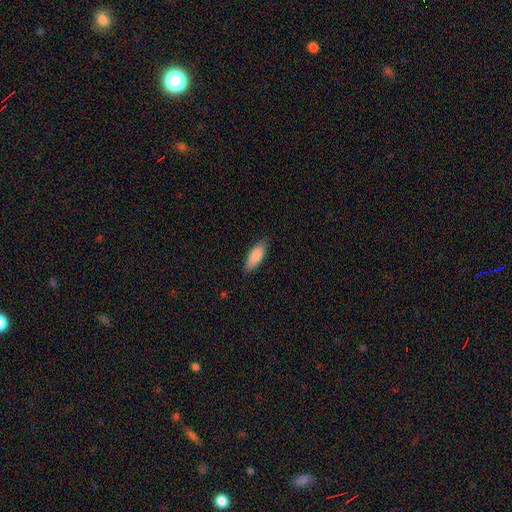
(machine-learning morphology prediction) Smooth or featured? smooth (87%)
How rounded? in between (70%)
Merging? none (83%)